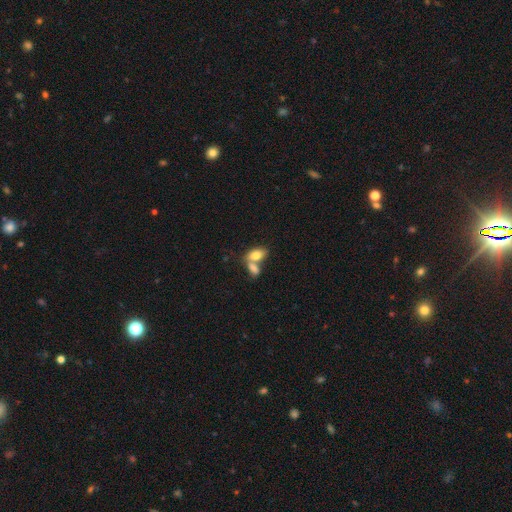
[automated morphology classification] smooth 80%, featured or disk 13%, star or artifact 8%. Down the decision tree: how rounded — in between (90%); merging — merger (60%).